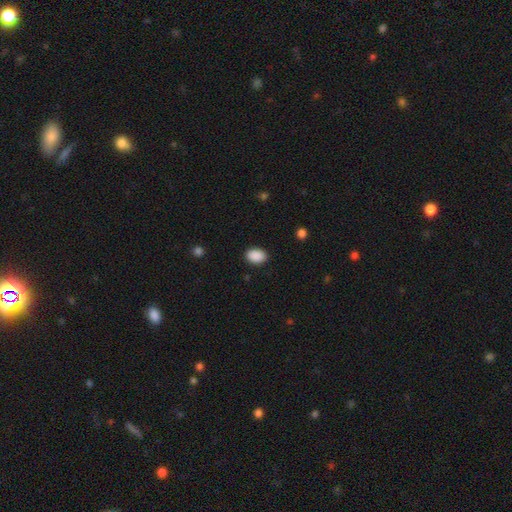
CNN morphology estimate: smooth 90%, star or artifact 8%, featured or disk 2%. Down the decision tree: how rounded — in between (78%); merging — none (89%).